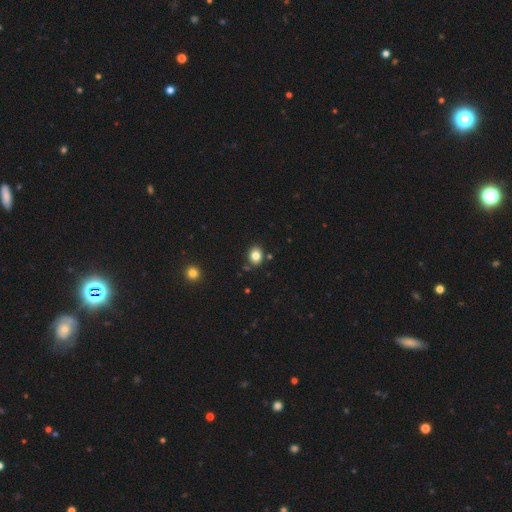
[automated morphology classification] Smooth or featured: smooth — 83% (star or artifact — 11%)
How rounded: round — 53% (in between — 46%)
Merging: none — 84% (minor disturbance — 9%)